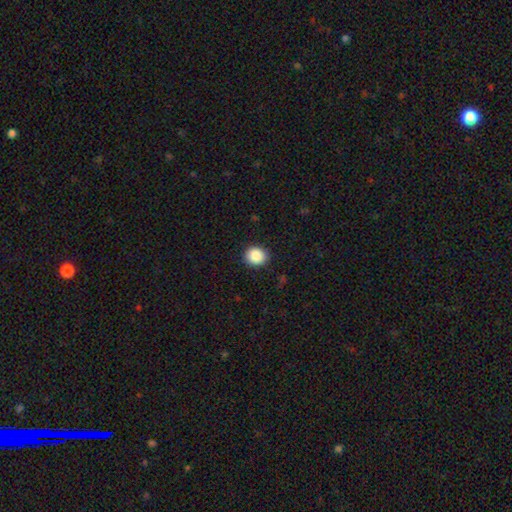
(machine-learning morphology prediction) Overall: smooth (88%). How rounded: round (76%). Merging: none (90%).